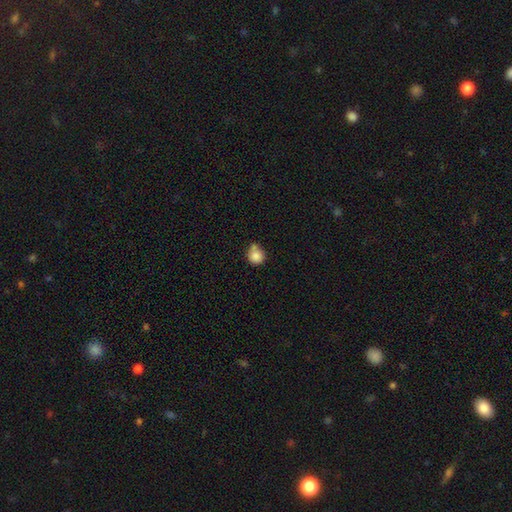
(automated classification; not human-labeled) smooth 84%, star or artifact 9%, featured or disk 7%. Down the decision tree: how rounded — round (89%); merging — none (51%).